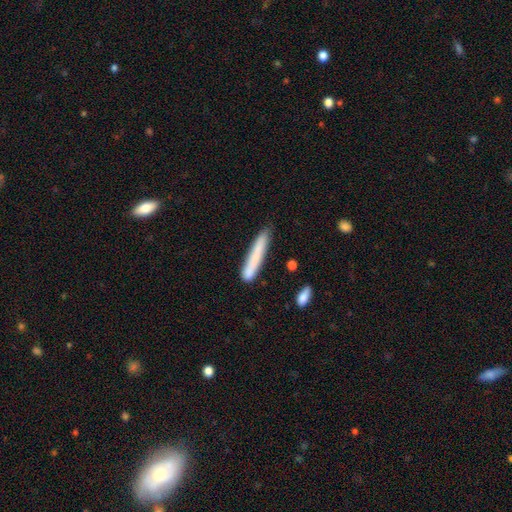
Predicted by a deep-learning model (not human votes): A smooth galaxy with no disk features (75%) that is cigar-shaped (94%). Merging: none (77%).